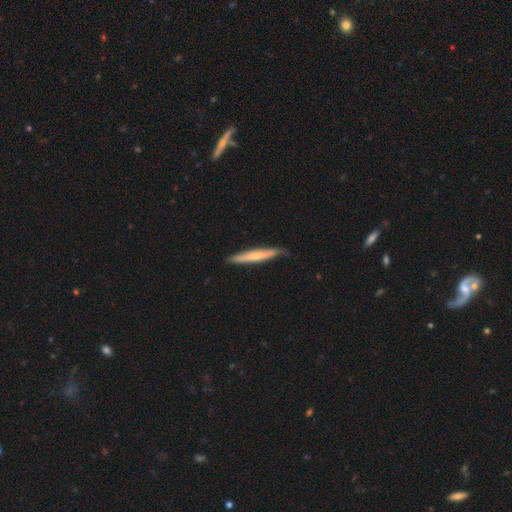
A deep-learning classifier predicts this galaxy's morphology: Smooth or featured? smooth (56%)
How rounded? cigar-shaped (95%)
Merging? none (82%)